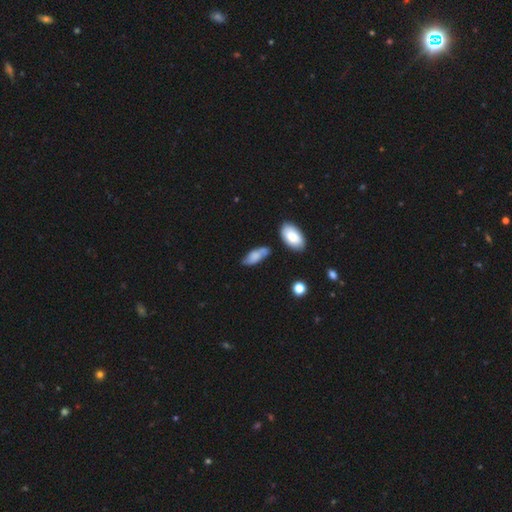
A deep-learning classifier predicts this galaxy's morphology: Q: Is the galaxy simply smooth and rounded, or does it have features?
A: smooth — 69%.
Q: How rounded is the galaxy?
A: in between — 80%.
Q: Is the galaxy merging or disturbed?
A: none — 56%.